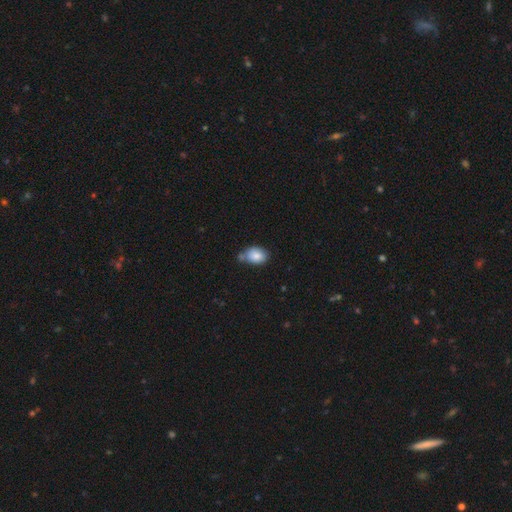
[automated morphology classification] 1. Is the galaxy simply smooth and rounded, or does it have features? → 83% smooth, 9% featured or disk, 8% star or artifact.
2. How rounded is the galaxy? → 77% in between, 22% round, 1% cigar-shaped.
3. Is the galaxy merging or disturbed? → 55% none, 22% minor disturbance, 18% merger, 5% major disturbance.